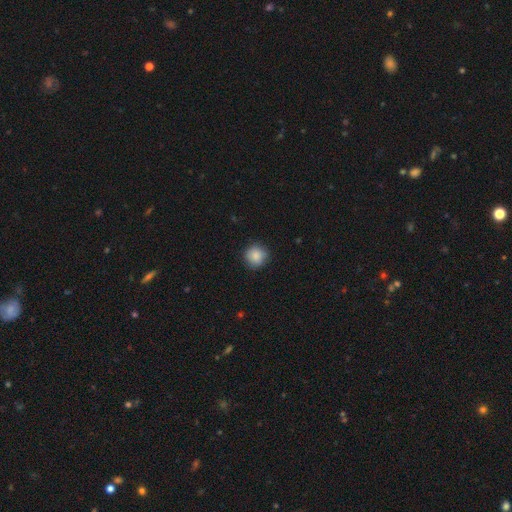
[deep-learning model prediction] Smooth or featured? Predicted: smooth (p=0.87). How rounded? Predicted: round (p=0.92). Merging? Predicted: none (p=0.87).